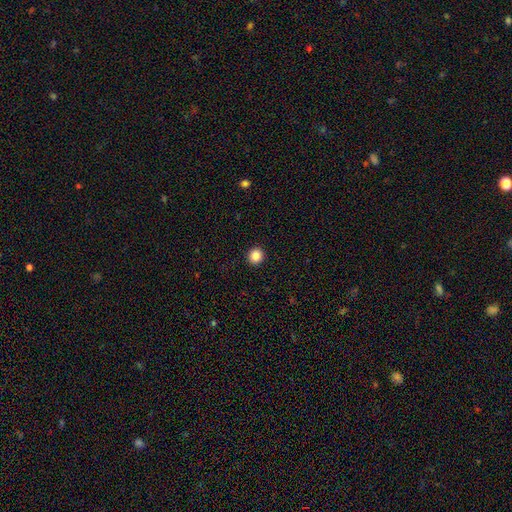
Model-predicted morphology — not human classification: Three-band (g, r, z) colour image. It shows a smooth galaxy with no disk features (86%) that is round (93%). Merging: none (94%).